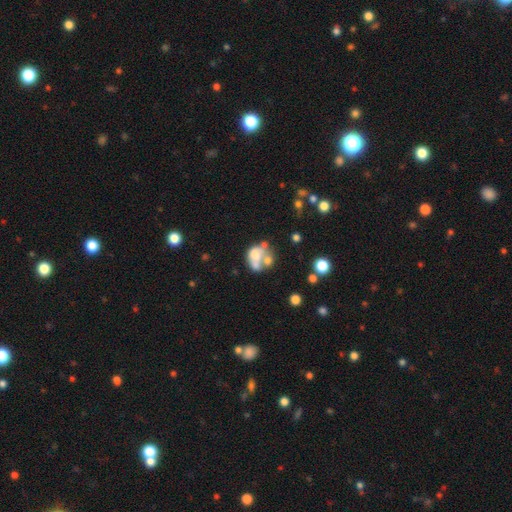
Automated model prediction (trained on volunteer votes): smooth 46%, featured or disk 42%, star or artifact 12%. Down the decision tree: merging — merger (44%).